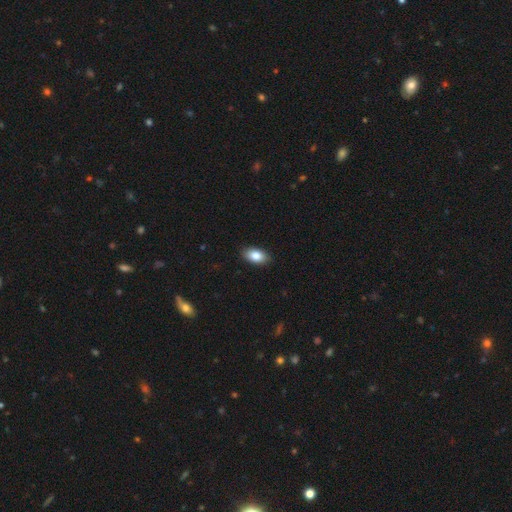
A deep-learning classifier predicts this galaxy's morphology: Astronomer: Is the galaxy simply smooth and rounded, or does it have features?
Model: smooth — 85%.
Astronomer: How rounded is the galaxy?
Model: in between — 93%.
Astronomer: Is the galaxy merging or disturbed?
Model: none — 89%.